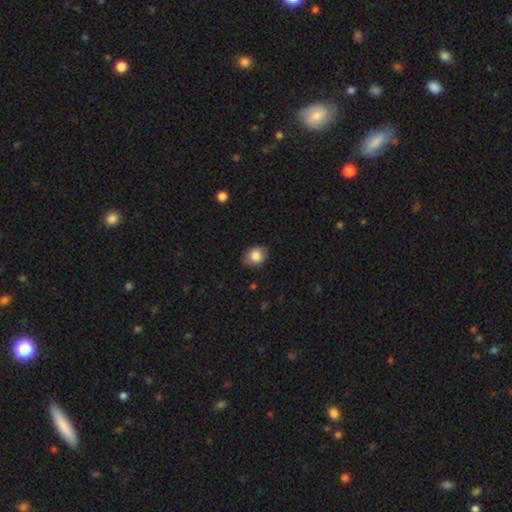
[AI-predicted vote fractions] smooth-or-featured: smooth: 85% | star or artifact: 8% | featured or disk: 7%
  how-rounded: round: 52% | in between: 47% | cigar-shaped: 1%
  merging: none: 76% | minor disturbance: 19% | major disturbance: 4% | merger: 1%